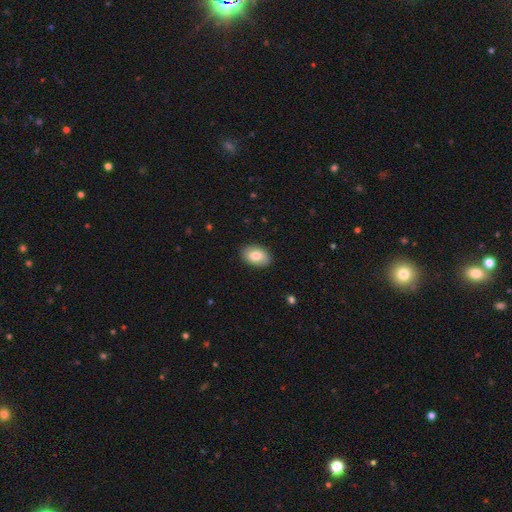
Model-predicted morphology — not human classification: Smooth or featured? smooth (76%)
How rounded? in between (87%)
Merging? none (87%)